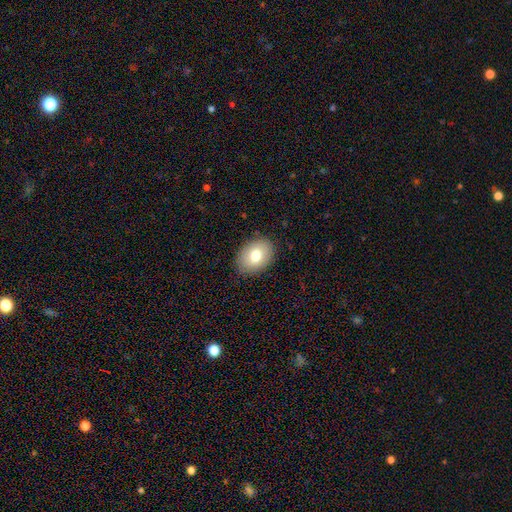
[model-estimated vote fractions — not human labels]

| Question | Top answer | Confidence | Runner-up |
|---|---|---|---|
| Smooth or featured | smooth | 76% | featured or disk (15%) |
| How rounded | in between | 78% | round (21%) |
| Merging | none | 87% | minor disturbance (10%) |